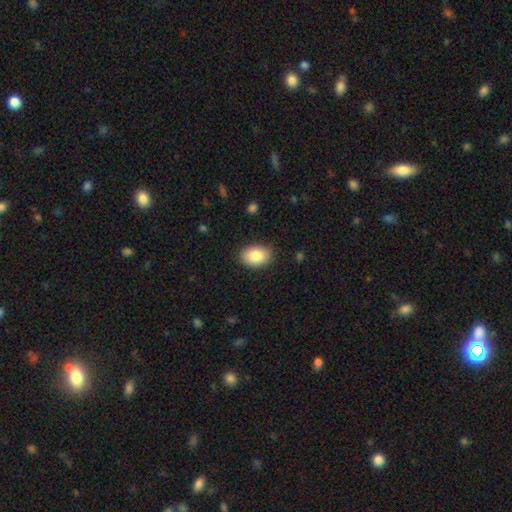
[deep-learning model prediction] Smooth or featured: smooth — 85% (featured or disk — 8%)
How rounded: in between — 84% (round — 15%)
Merging: none — 86% (minor disturbance — 10%)